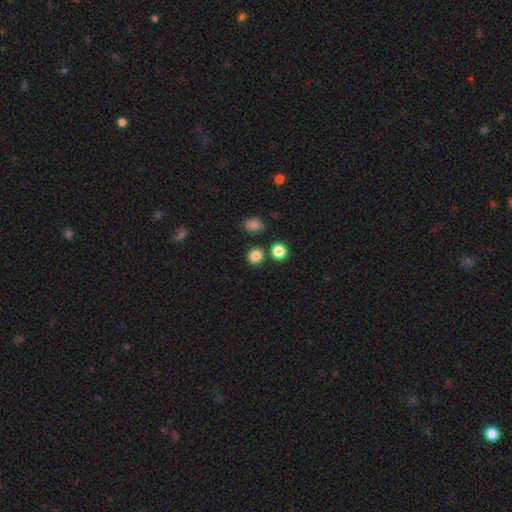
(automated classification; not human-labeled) This appears to be a smooth galaxy with no disk features (83%) that is round (81%). Merging: none (81%).